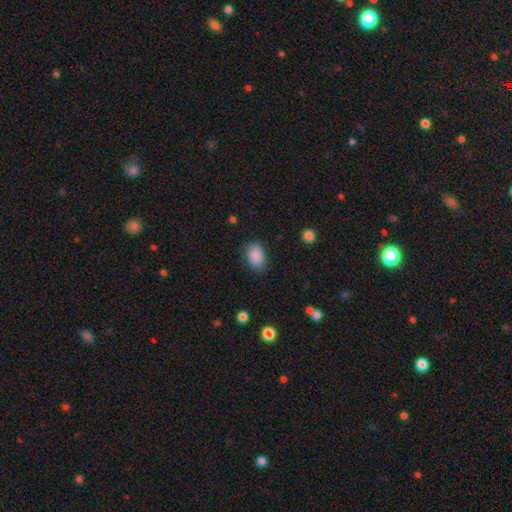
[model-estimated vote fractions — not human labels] smooth 88%, star or artifact 7%, featured or disk 5%. Down the decision tree: how rounded — in between (84%); merging — none (80%).